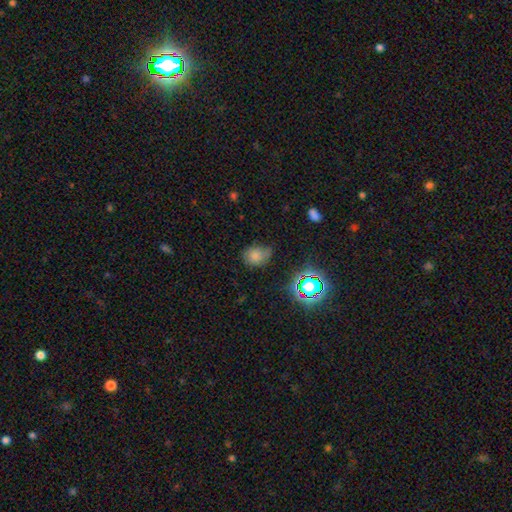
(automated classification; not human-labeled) Overall: smooth (72%). How rounded: in between (56%; round 43%). Merging: none (54%; minor disturbance 33%).